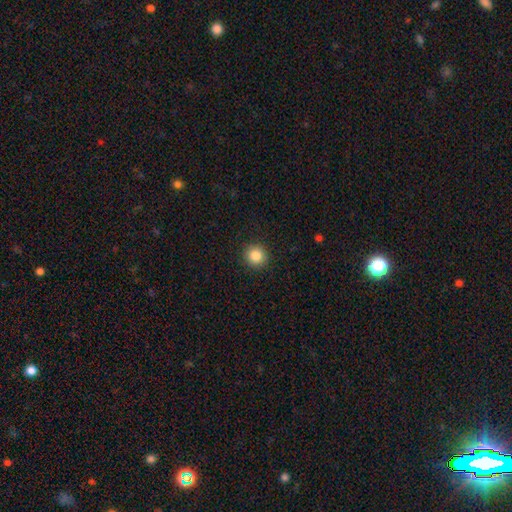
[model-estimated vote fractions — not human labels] This appears to be a smooth galaxy with no disk features (85%) that is round (93%). Merging: none (92%).